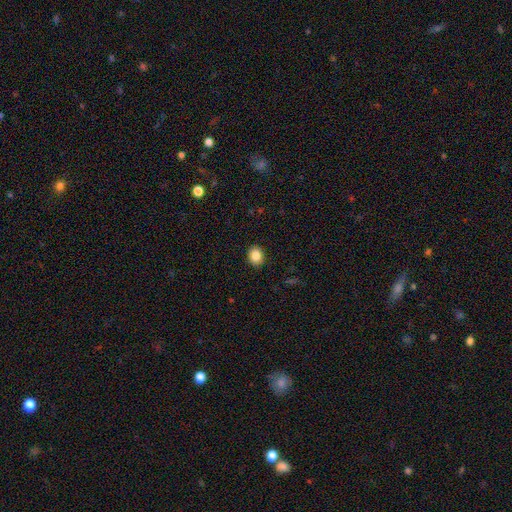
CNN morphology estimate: This appears to be a smooth galaxy with no disk features (86%) that is round (54%). Merging: none (91%).